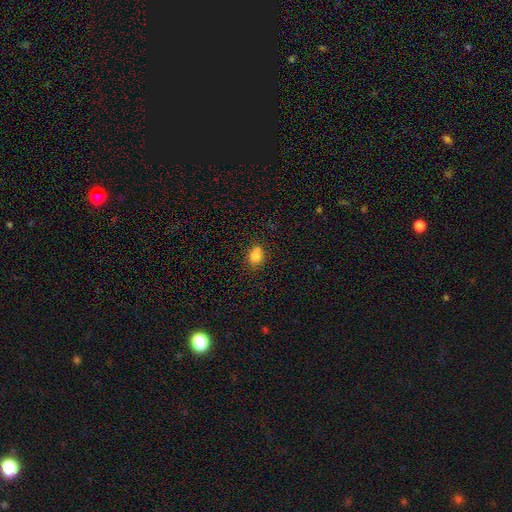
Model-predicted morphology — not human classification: This is likely a smooth galaxy (78%). How rounded: possibly round (51%). Merging: possibly none (56%).